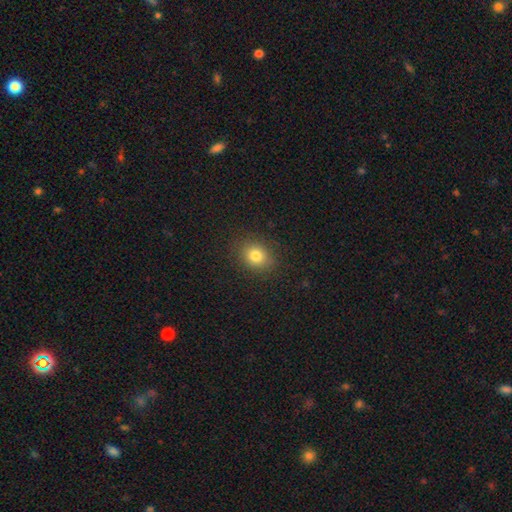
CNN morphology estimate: The model was most divided on "how rounded": round: 63%, in between: 36%, cigar-shaped: 1%. More confident: merging — none (88%); smooth or featured — smooth (80%).